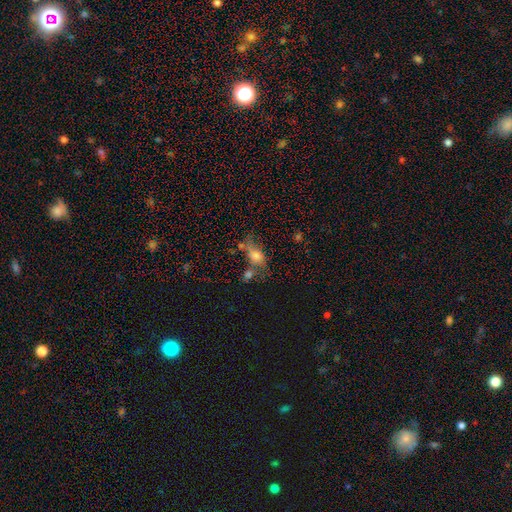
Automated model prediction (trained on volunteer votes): Smooth or featured: smooth — 63% (featured or disk — 21%)
How rounded: in between — 74% (round — 18%)
Merging: none — 38% (merger — 25%)